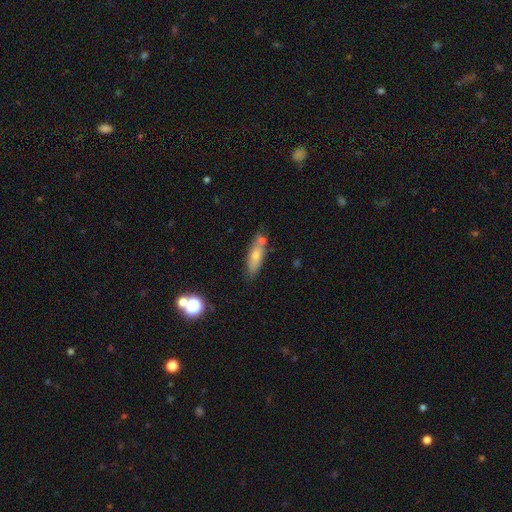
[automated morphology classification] Smooth or featured: smooth — 70% (featured or disk — 23%)
How rounded: in between — 54% (cigar-shaped — 43%)
Merging: none — 62% (merger — 17%)